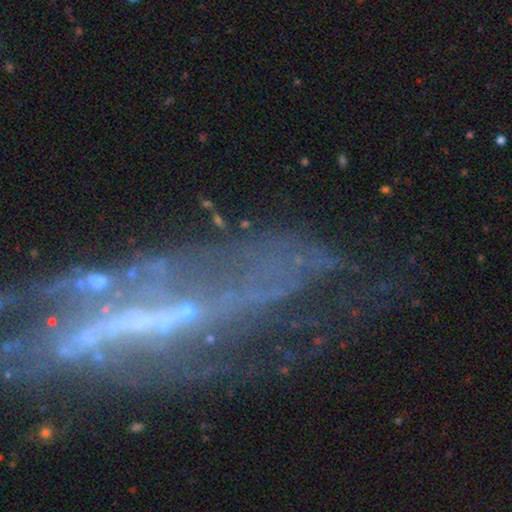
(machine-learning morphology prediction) Overall: featured or disk (68%). Edge-on disk: no (83%). Bar: no (45%; strong 31%). Spiral arms: no (52%; yes 48%). Bulge size: none (49%; small 34%). Merging: none (42%; major disturbance 33%).